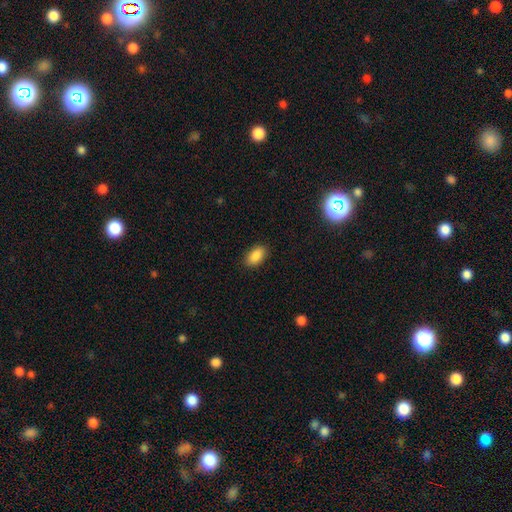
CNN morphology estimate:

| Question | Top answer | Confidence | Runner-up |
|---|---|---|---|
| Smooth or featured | smooth | 88% | star or artifact (8%) |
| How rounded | in between | 92% | round (5%) |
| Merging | none | 89% | minor disturbance (8%) |